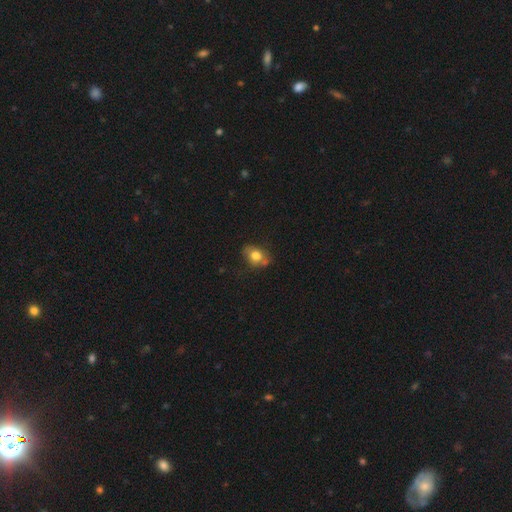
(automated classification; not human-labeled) A smooth galaxy with no disk features (69%) that is in between round and cigar-shaped (67%). Merging: none (57%).